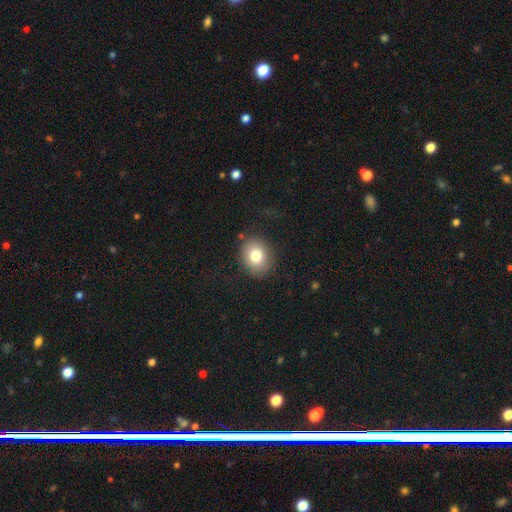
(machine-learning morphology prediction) Q: Smooth or featured?
A: smooth (78%); runner-up: featured or disk (12%)
Q: How rounded?
A: round (65%); runner-up: in between (35%)
Q: Merging?
A: none (81%); runner-up: minor disturbance (12%)